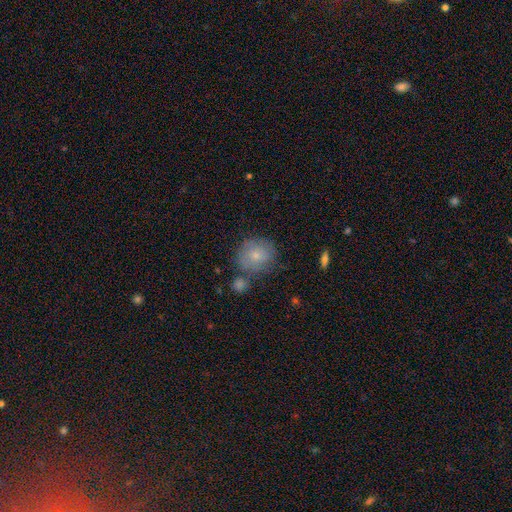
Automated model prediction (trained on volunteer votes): smooth 74%, featured or disk 18%, star or artifact 8%. Down the decision tree: how rounded — round (81%); merging — none (64%).